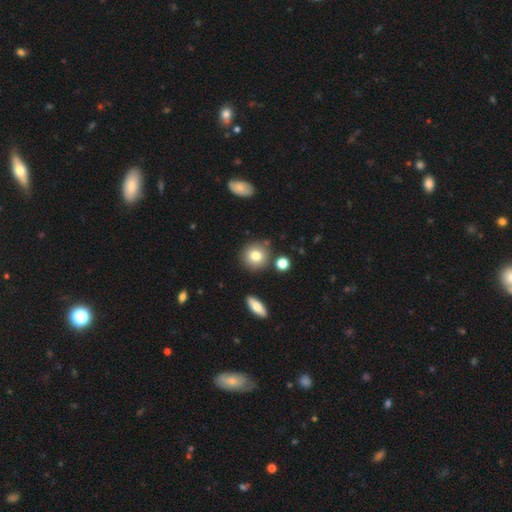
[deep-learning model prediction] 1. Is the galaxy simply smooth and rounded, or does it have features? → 78% smooth, 12% featured or disk, 10% star or artifact.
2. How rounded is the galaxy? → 88% round, 11% in between, 1% cigar-shaped.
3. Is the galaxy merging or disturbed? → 81% none, 10% minor disturbance, 7% merger, 3% major disturbance.